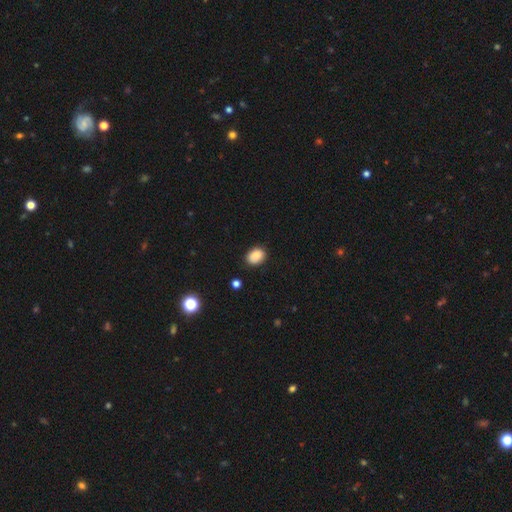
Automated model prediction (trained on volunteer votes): A smooth galaxy with no disk features (86%) that is in between round and cigar-shaped (67%).

Vote fractions:
- Smooth or featured? smooth: 86% / star or artifact: 9% / featured or disk: 5%
- How rounded? in between: 67% / round: 32% / cigar-shaped: 1%
- Merging? none: 83% / minor disturbance: 13% / major disturbance: 3% / merger: 2%